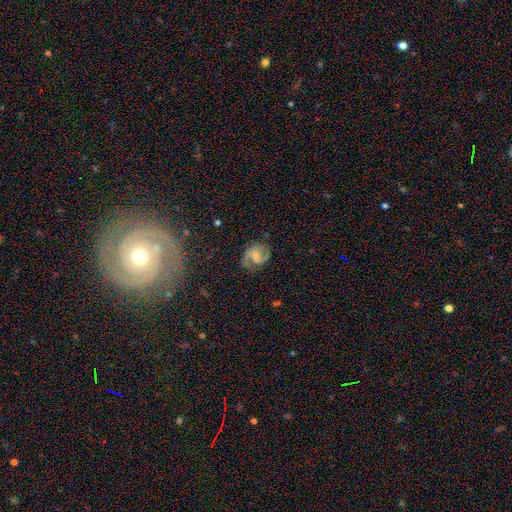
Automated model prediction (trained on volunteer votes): The model was most divided on "bar": no: 52%, weak: 40%, strong: 8%. More confident: edge-on disk — no (98%); spiral arms — yes (96%); spiral arm count — 2 (86%); smooth or featured — featured or disk (80%); merging — none (73%); spiral winding — medium (54%); bulge size — small (54%).